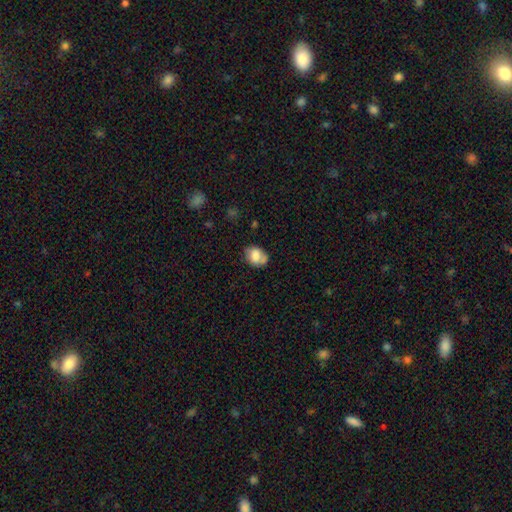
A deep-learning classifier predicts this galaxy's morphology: Smooth or featured?
  - smooth: 75% *
  - featured or disk: 16%
  - star or artifact: 9%
How rounded?
  - in between: 62% *
  - round: 37%
  - cigar-shaped: 1%
Merging?
  - none: 52% *
  - minor disturbance: 27%
  - merger: 13%
  - major disturbance: 9%